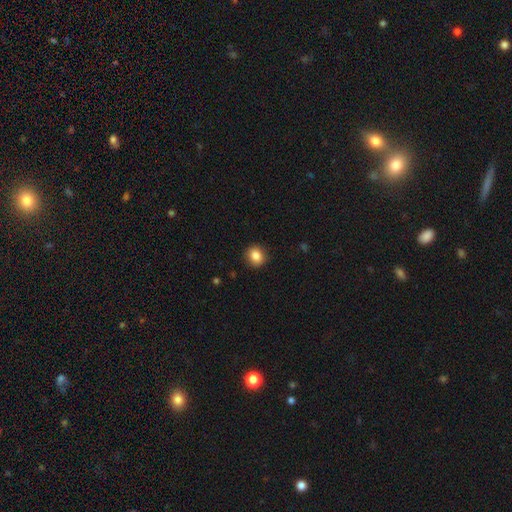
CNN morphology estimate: Smooth or featured? Predicted: smooth (p=0.86). How rounded? Predicted: round (p=0.73). Merging? Predicted: none (p=0.89).